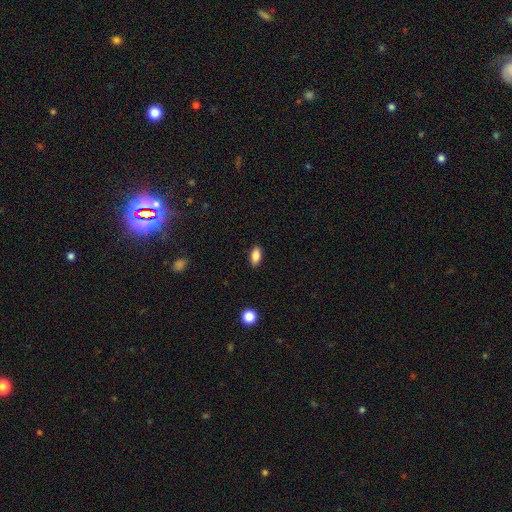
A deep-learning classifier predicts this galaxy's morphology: The model was most divided on "smooth or featured": smooth: 85%, star or artifact: 8%, featured or disk: 7%. More confident: how rounded — in between (89%); merging — none (88%).